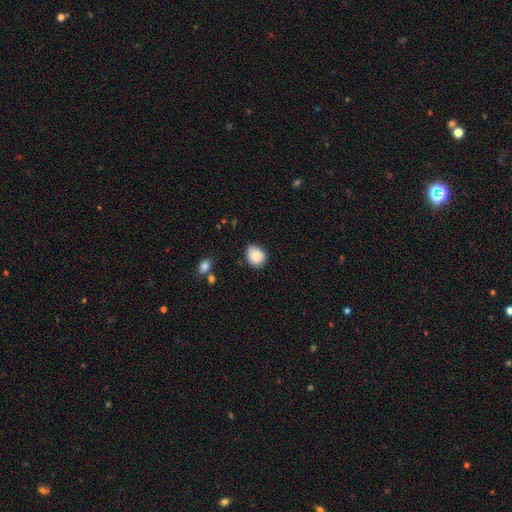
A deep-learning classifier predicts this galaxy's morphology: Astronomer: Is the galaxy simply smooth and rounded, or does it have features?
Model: smooth — 86%.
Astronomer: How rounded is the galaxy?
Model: round — 50% (runner-up: in between, 49%).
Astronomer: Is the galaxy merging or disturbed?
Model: none — 75%.